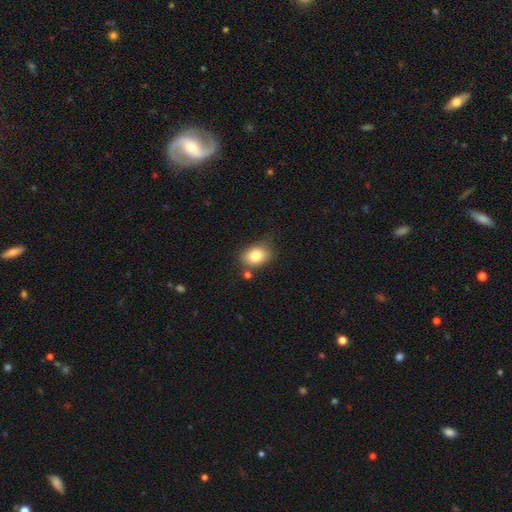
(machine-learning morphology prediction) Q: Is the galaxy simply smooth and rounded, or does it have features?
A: smooth — 81%.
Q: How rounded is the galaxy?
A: in between — 71%.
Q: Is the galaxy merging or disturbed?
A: none — 69%.